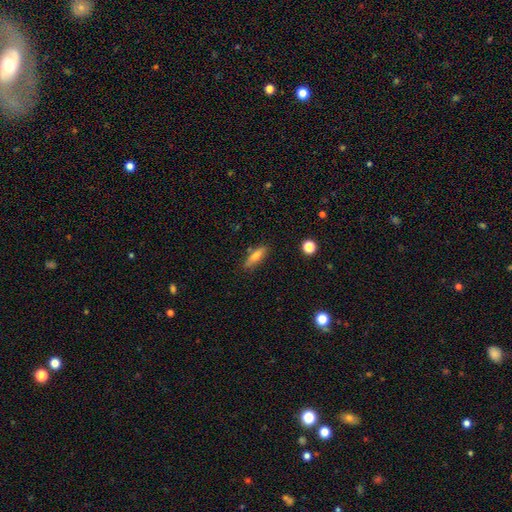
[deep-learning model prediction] Smooth or featured: smooth — 69% (featured or disk — 22%)
How rounded: cigar-shaped — 56% (in between — 41%)
Merging: none — 82% (minor disturbance — 12%)